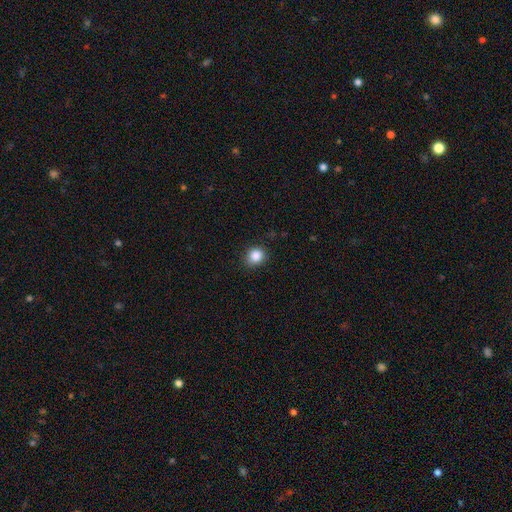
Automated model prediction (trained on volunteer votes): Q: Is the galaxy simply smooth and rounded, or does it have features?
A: smooth — 87%.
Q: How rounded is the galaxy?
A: round — 76%.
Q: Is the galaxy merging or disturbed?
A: none — 83%.